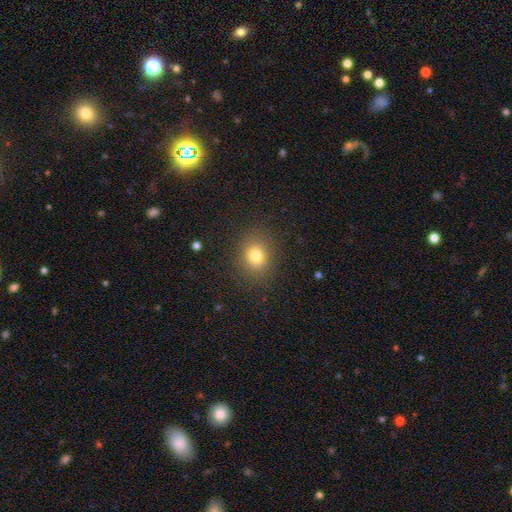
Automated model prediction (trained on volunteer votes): smooth_or_featured: smooth (p=0.77) [alt: star or artifact p=0.14]
how_rounded: round (p=0.69) [alt: in between p=0.30]
merging: none (p=0.87) [alt: minor disturbance p=0.08]